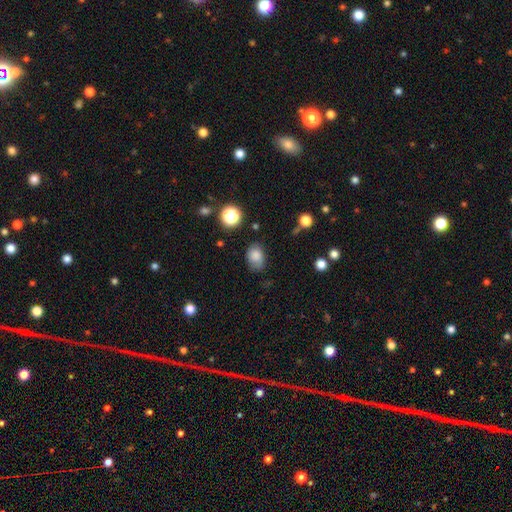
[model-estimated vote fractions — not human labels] This is clearly a smooth galaxy (81%). How rounded: likely in between (76%). Merging: likely none (67%).